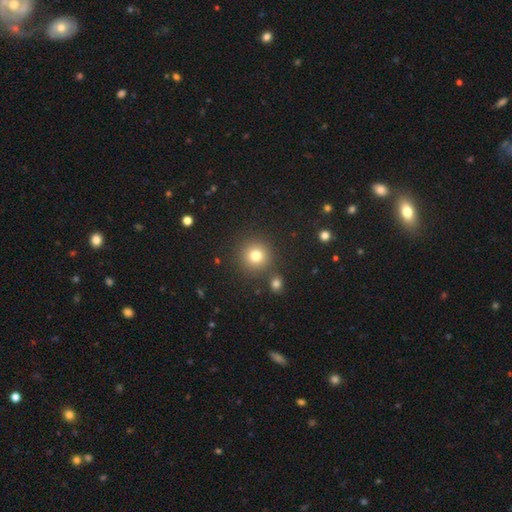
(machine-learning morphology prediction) A smooth galaxy with no disk features (78%) that is round (94%). Merging: none (85%).